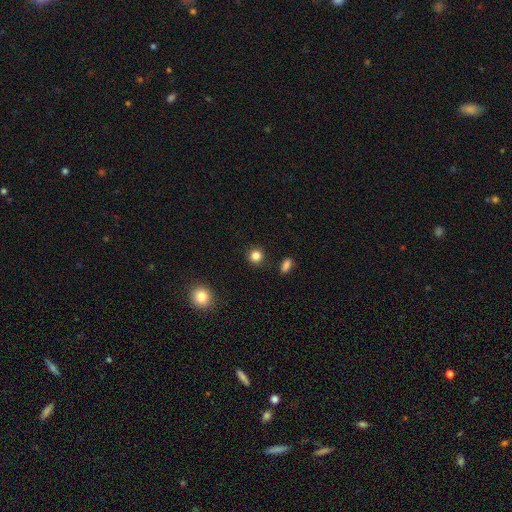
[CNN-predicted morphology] Smooth or featured?
  - smooth: 84% *
  - star or artifact: 12%
  - featured or disk: 4%
How rounded?
  - round: 90% *
  - in between: 8%
  - cigar-shaped: 1%
Merging?
  - none: 89% *
  - minor disturbance: 7%
  - merger: 2%
  - major disturbance: 2%